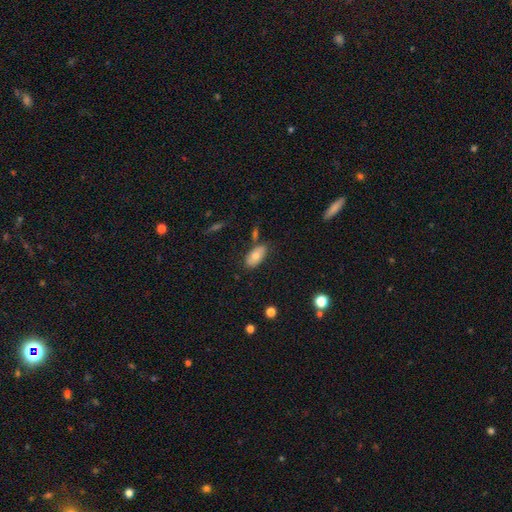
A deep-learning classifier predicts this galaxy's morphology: Smooth or featured? Predicted: smooth (p=0.72). How rounded? Predicted: in between (p=0.92). Merging? Predicted: none (p=0.74).